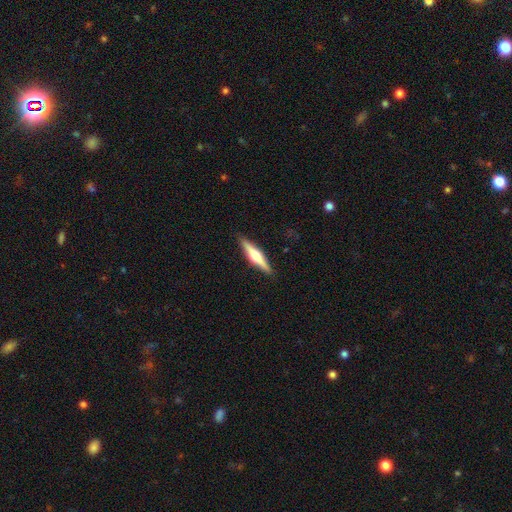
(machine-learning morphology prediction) featured or disk 60%, smooth 34%, star or artifact 5%. Down the decision tree: edge-on disk — yes (97%); edge-on bulge — rounded (88%); merging — none (90%).